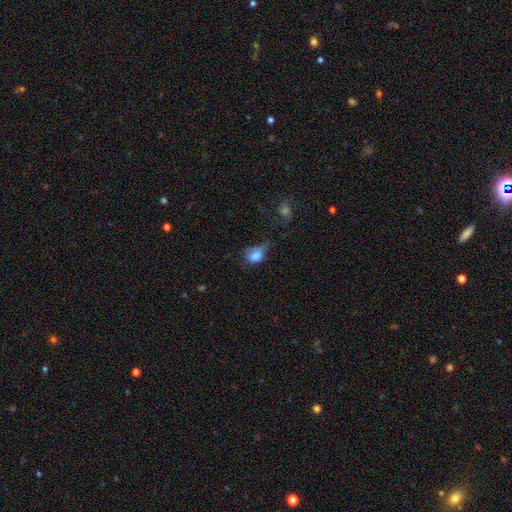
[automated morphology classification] type=smooth (76%); roundness=in between (56%); merging=minor disturbance (33%).